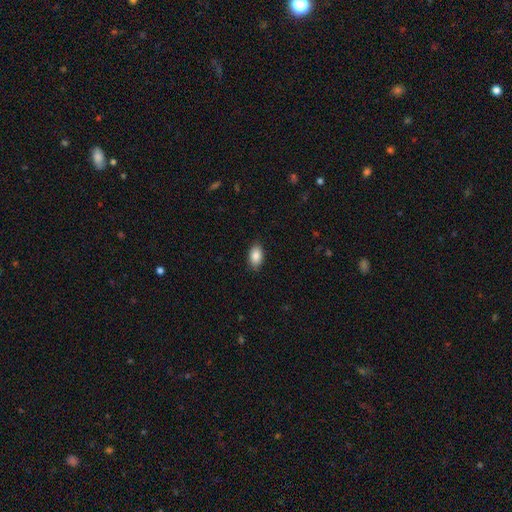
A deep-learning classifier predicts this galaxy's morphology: A smooth galaxy with no disk features (87%) that is in between round and cigar-shaped (92%). Merging: none (88%).